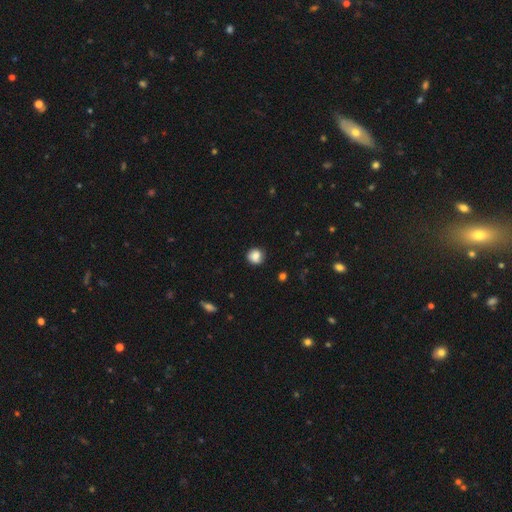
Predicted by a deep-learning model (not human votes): The model was most divided on "merging": none: 83%, minor disturbance: 13%, major disturbance: 3%, merger: 1%. More confident: how rounded — round (89%); smooth or featured — smooth (84%).